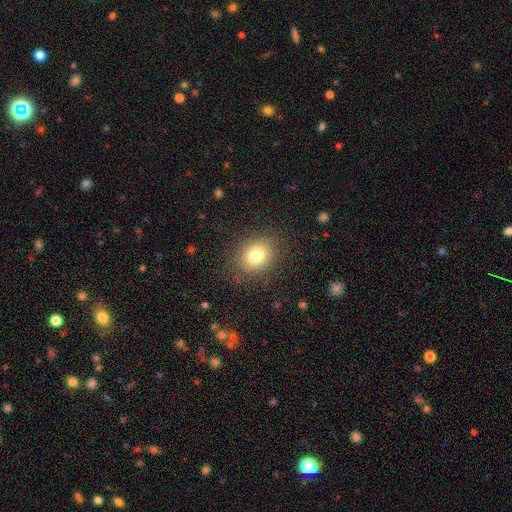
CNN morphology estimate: Overall: smooth (79%). How rounded: round (56%; in between 43%). Merging: none (86%).